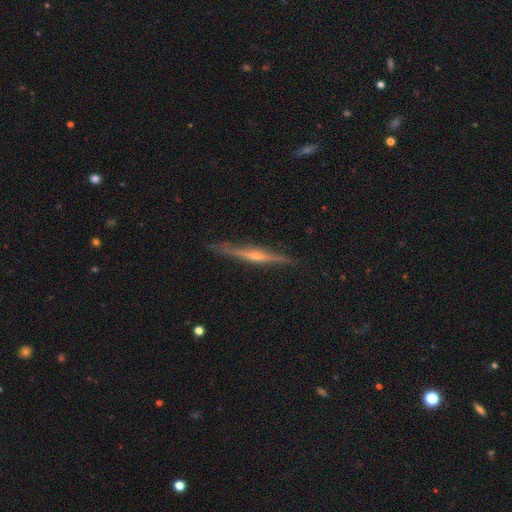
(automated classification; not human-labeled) Overall: featured or disk (81%). Edge-on disk: yes (97%). Edge-on bulge: rounded (79%). Merging: none (87%).